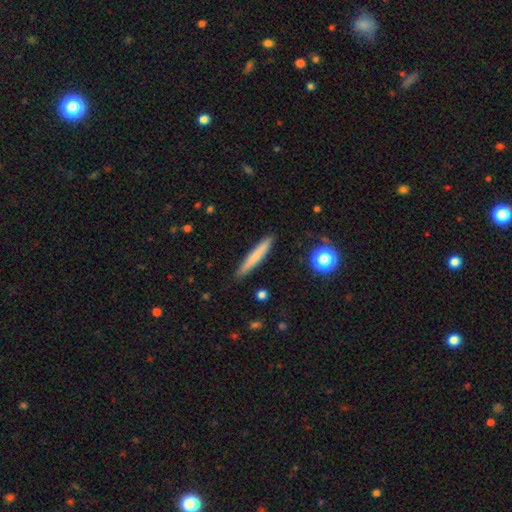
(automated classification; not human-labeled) The model was most divided on "smooth or featured": smooth: 70%, featured or disk: 23%, star or artifact: 7%. More confident: how rounded — cigar-shaped (95%); merging — none (90%).